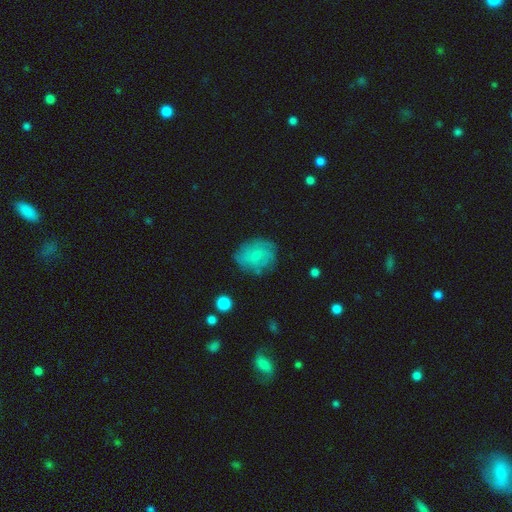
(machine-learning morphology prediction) smooth-or-featured: smooth: 47% | featured or disk: 44% | star or artifact: 8%
  merging: none: 68% | minor disturbance: 22% | major disturbance: 8% | merger: 2%